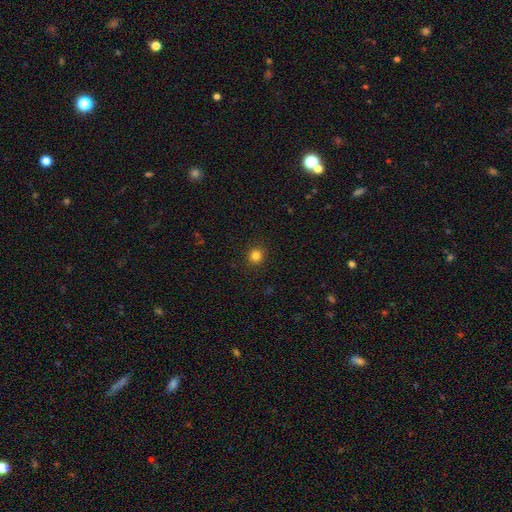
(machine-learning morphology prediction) Overall: smooth (83%). How rounded: round (92%). Merging: none (92%).